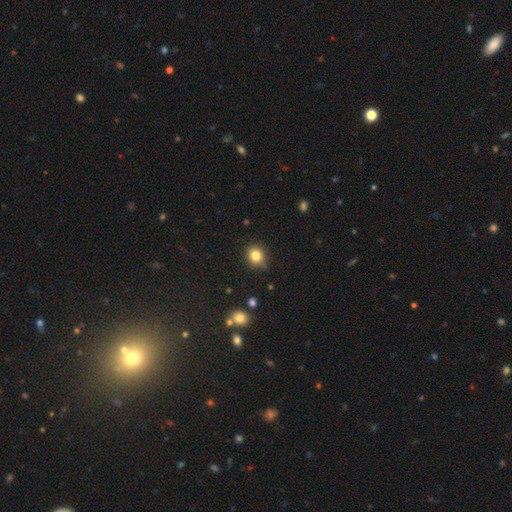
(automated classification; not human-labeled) Smooth or featured?
  - smooth: 83% *
  - star or artifact: 11%
  - featured or disk: 6%
How rounded?
  - round: 80% *
  - in between: 19%
  - cigar-shaped: 1%
Merging?
  - none: 80% *
  - minor disturbance: 15%
  - major disturbance: 3%
  - merger: 2%